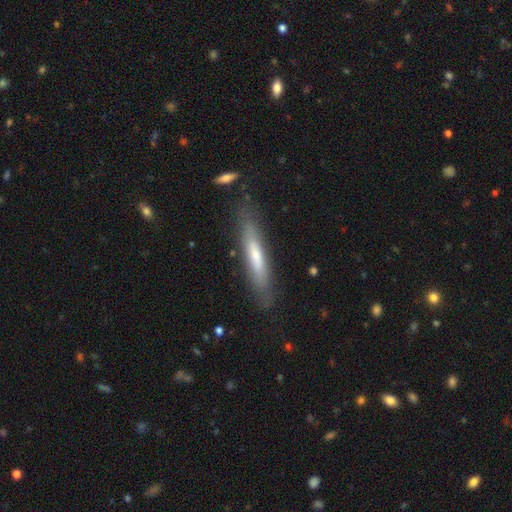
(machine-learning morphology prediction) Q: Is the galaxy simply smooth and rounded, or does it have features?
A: smooth — 53%.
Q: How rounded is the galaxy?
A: cigar-shaped — 89%.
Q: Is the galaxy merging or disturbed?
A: none — 82%.